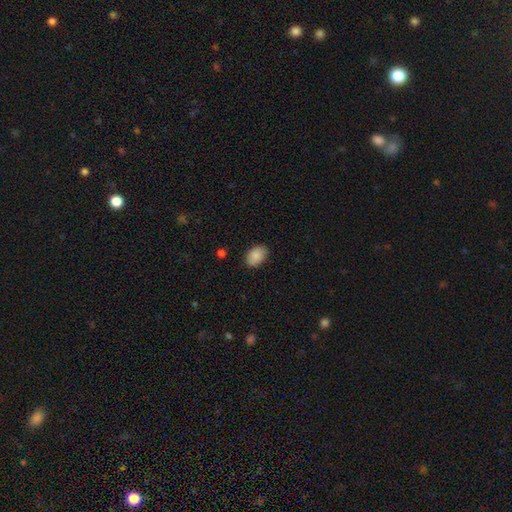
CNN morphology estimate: smooth_or_featured: smooth (p=0.88) [alt: star or artifact p=0.07]
how_rounded: in between (p=0.87) [alt: round p=0.12]
merging: none (p=0.85) [alt: minor disturbance p=0.12]